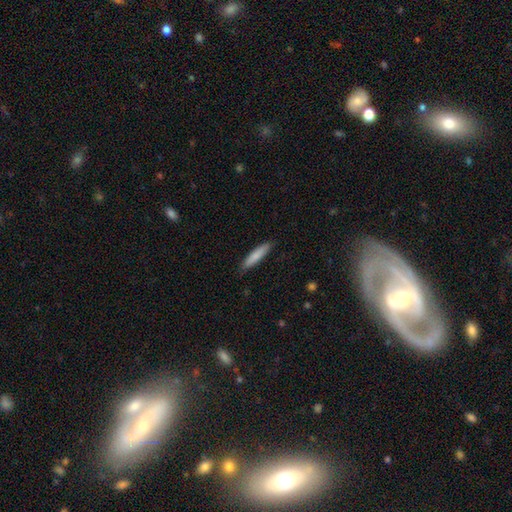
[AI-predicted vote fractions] smooth-or-featured: smooth: 82% | featured or disk: 13% | star or artifact: 6%
  how-rounded: cigar-shaped: 85% | in between: 13% | round: 1%
  merging: none: 86% | minor disturbance: 11% | major disturbance: 2% | merger: 1%